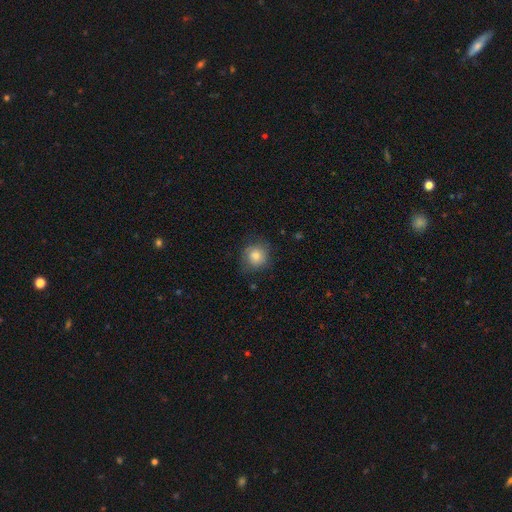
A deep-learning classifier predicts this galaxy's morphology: Q: Smooth or featured?
A: smooth (80%); runner-up: featured or disk (11%)
Q: How rounded?
A: round (88%); runner-up: in between (11%)
Q: Merging?
A: none (76%); runner-up: minor disturbance (18%)